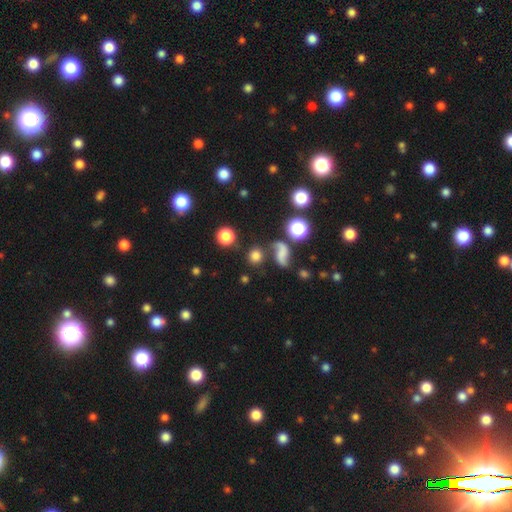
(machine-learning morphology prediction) Overall: smooth (68%). How rounded: round (81%). Merging: none (64%).